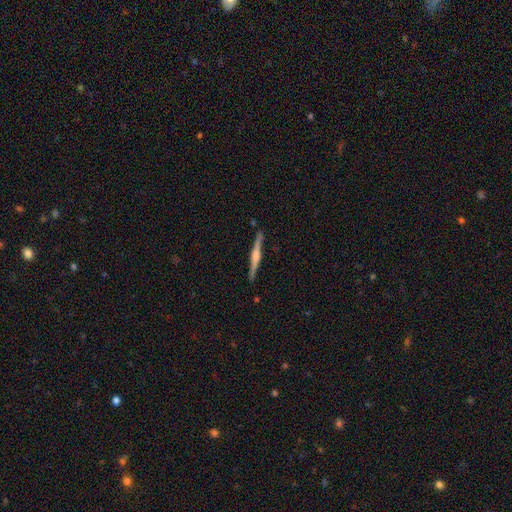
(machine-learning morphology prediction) Smooth or featured?
  - featured or disk: 76% *
  - smooth: 19%
  - star or artifact: 5%
Edge-on disk?
  - yes: 98% *
  - no: 2%
Edge-on bulge?
  - rounded: 69% *
  - boxy: 23%
  - none: 8%
Merging?
  - none: 90% *
  - minor disturbance: 7%
  - major disturbance: 1%
  - merger: 1%